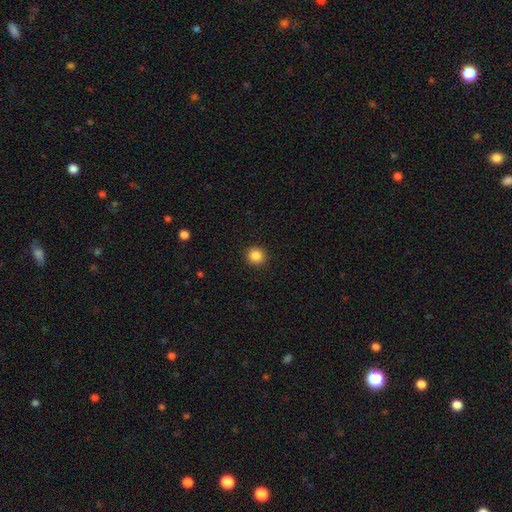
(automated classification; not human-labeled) Smooth or featured?
  - smooth: 86% *
  - star or artifact: 10%
  - featured or disk: 3%
How rounded?
  - round: 94% *
  - in between: 5%
  - cigar-shaped: 1%
Merging?
  - none: 92% *
  - minor disturbance: 5%
  - major disturbance: 2%
  - merger: 1%